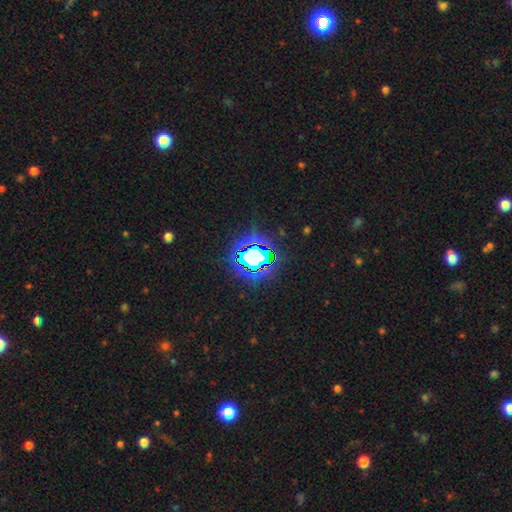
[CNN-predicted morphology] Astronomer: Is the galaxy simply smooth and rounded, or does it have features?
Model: star or artifact — 76%.